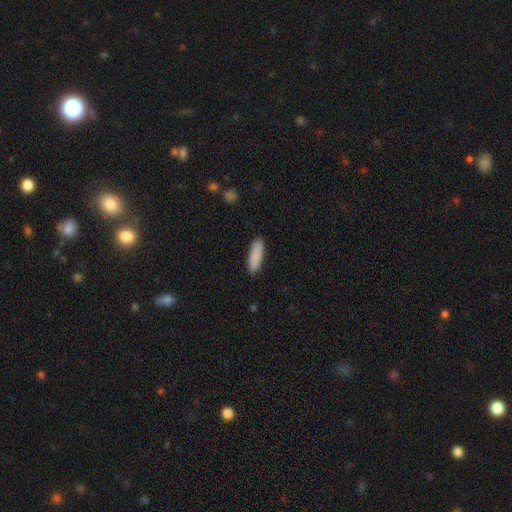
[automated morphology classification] type=smooth (89%); roundness=cigar-shaped (55%); merging=none (89%).